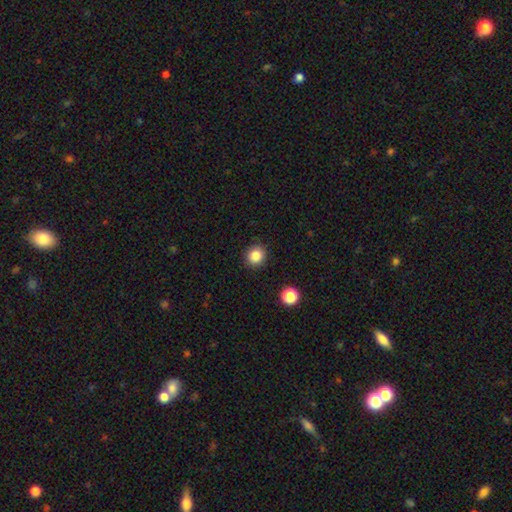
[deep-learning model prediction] Q: Smooth or featured?
A: smooth (84%); runner-up: star or artifact (11%)
Q: How rounded?
A: round (88%); runner-up: in between (11%)
Q: Merging?
A: none (89%); runner-up: minor disturbance (7%)